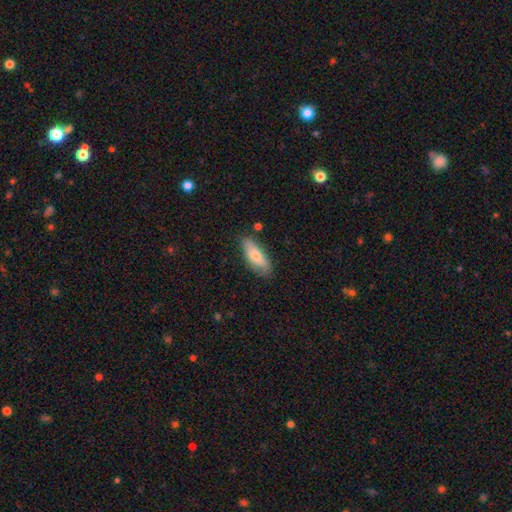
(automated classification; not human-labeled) Overall: smooth (73%). How rounded: in between (68%; cigar-shaped 30%). Merging: none (76%).